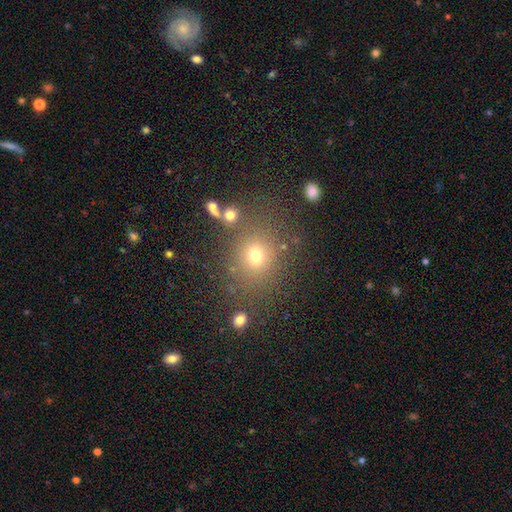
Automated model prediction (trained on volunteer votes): smooth 69%, star or artifact 21%, featured or disk 10%. Down the decision tree: how rounded — round (72%); merging — none (76%).